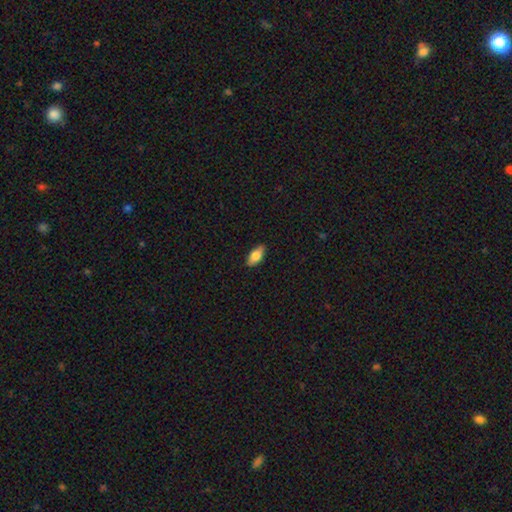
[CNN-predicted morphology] This appears to be a smooth galaxy with no disk features (78%) that is in between round and cigar-shaped (87%). Merging: none (88%).